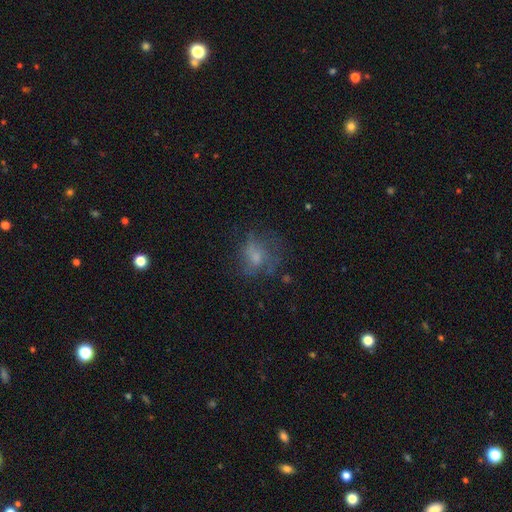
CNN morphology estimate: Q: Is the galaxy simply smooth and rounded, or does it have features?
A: smooth — 48%.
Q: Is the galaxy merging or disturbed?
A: none — 50%.